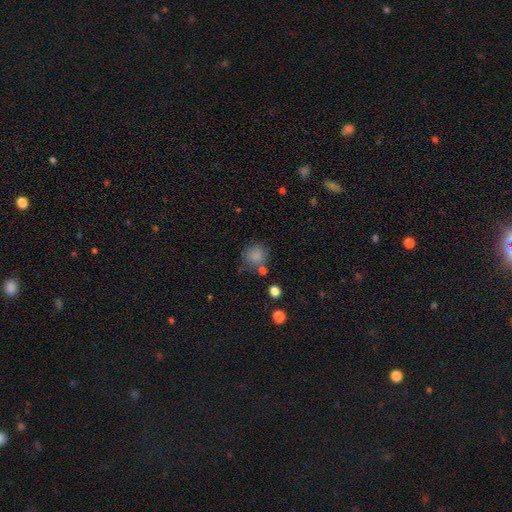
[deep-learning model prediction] Smooth or featured: smooth — 82% (star or artifact — 12%)
How rounded: round — 86% (in between — 13%)
Merging: none — 69% (minor disturbance — 17%)